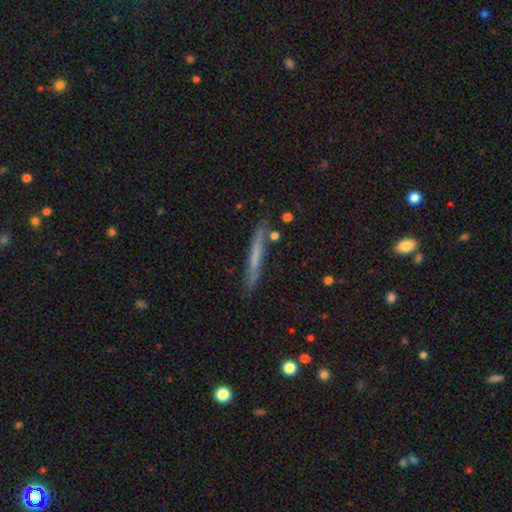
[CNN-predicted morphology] Smooth or featured?
  - smooth: 48% *
  - featured or disk: 45%
  - star or artifact: 7%
Merging?
  - none: 83% *
  - minor disturbance: 12%
  - merger: 3%
  - major disturbance: 2%